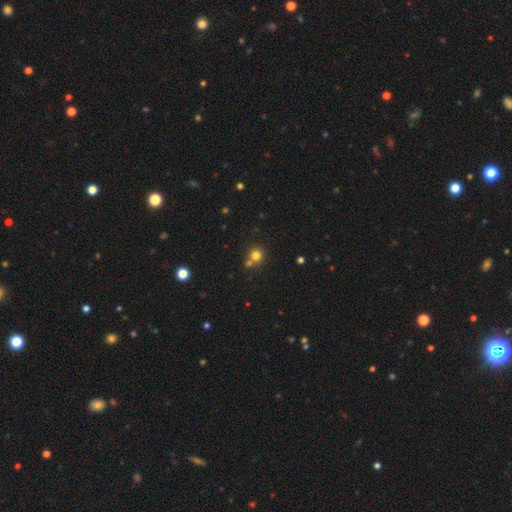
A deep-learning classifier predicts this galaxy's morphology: Smooth or featured? Predicted: smooth (p=0.76). How rounded? Predicted: round (p=0.92). Merging? Predicted: none (p=0.66).